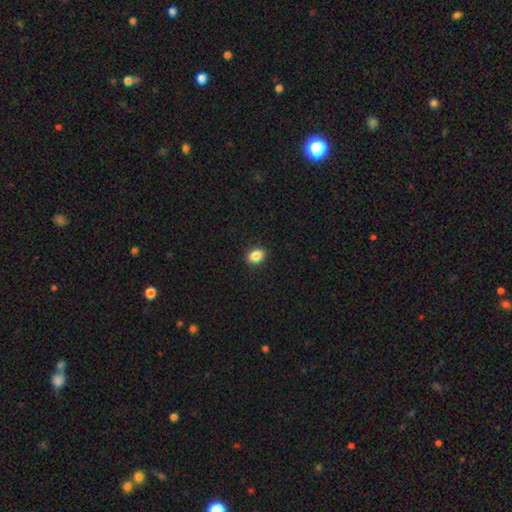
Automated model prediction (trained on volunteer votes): This is clearly a smooth galaxy (87%). How rounded: likely in between (66%). Merging: clearly none (90%).